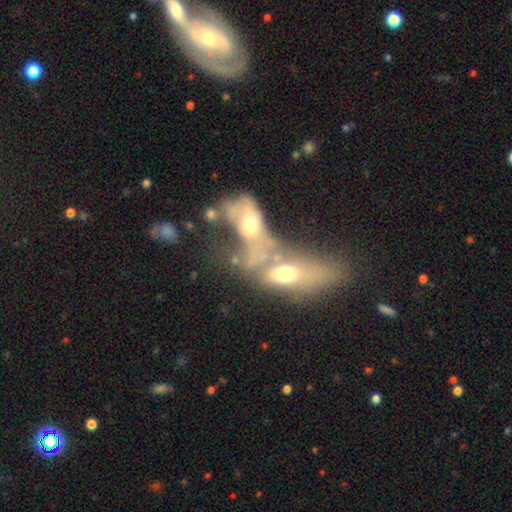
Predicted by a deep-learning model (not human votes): Smooth or featured: featured or disk — 50% (smooth — 39%)
Merging: merger — 73% (major disturbance — 13%)